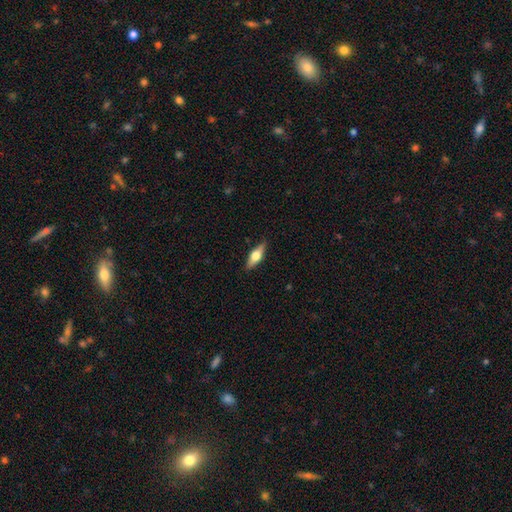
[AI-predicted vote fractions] Smooth or featured?
  - featured or disk: 49% *
  - smooth: 45%
  - star or artifact: 6%
Merging?
  - none: 88% *
  - minor disturbance: 9%
  - major disturbance: 2%
  - merger: 1%